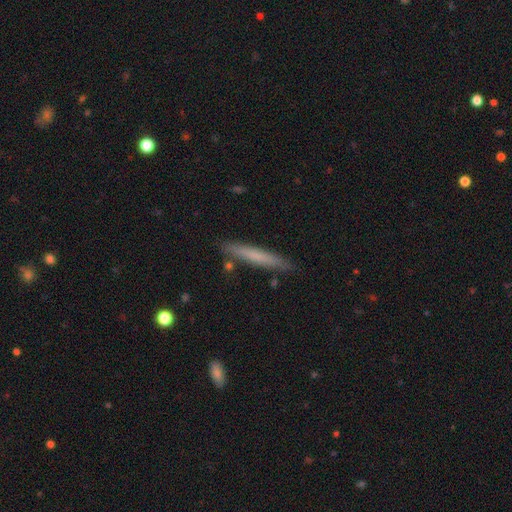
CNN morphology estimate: Smooth or featured? smooth (65%)
How rounded? cigar-shaped (96%)
Merging? none (87%)